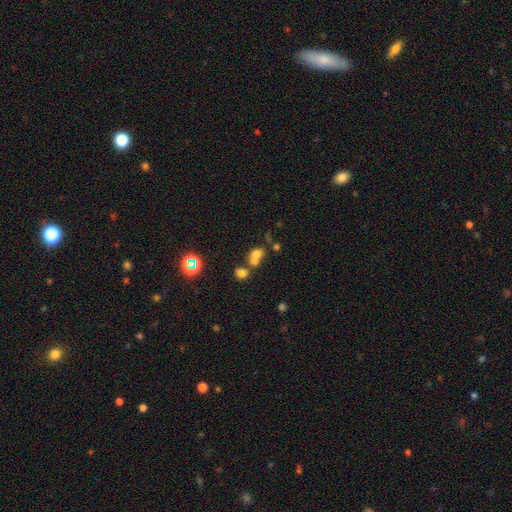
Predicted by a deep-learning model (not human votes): Q: Smooth or featured?
A: smooth (65%); runner-up: star or artifact (20%)
Q: How rounded?
A: round (60%); runner-up: in between (38%)
Q: Merging?
A: merger (57%); runner-up: none (31%)